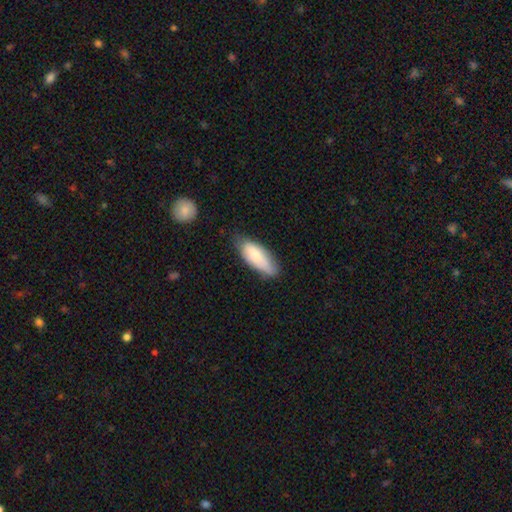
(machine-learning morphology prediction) A smooth galaxy with no disk features (77%) that is in between round and cigar-shaped (78%).

Vote fractions:
- Smooth or featured? smooth: 77% / featured or disk: 17% / star or artifact: 6%
- How rounded? in between: 78% / cigar-shaped: 21% / round: 2%
- Merging? none: 59% / minor disturbance: 32% / major disturbance: 7% / merger: 2%